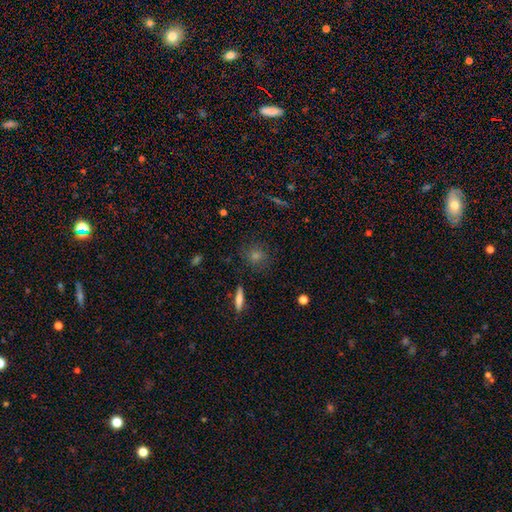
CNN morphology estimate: Smooth or featured: smooth — 62% (star or artifact — 24%)
How rounded: round — 84% (in between — 13%)
Merging: none — 85% (minor disturbance — 10%)